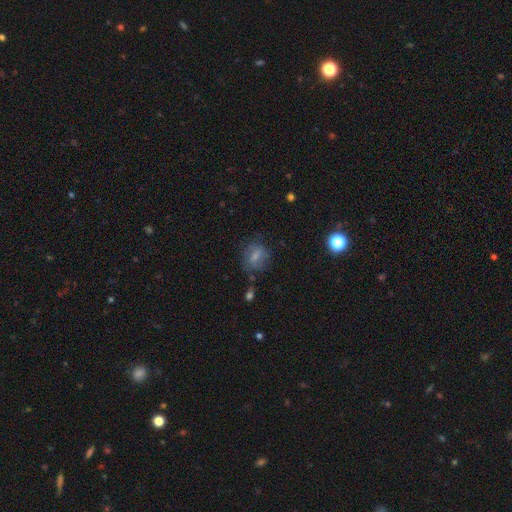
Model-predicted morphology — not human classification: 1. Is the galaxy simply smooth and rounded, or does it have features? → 65% smooth, 23% featured or disk, 12% star or artifact.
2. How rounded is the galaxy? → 51% round, 47% in between, 3% cigar-shaped.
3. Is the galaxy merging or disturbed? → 59% none, 24% minor disturbance, 14% major disturbance, 4% merger.